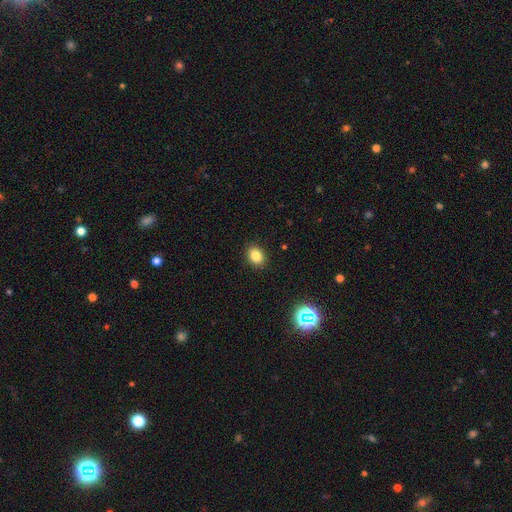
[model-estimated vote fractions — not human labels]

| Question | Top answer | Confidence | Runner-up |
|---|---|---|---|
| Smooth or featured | smooth | 83% | star or artifact (11%) |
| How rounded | in between | 59% | round (40%) |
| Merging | none | 90% | minor disturbance (7%) |